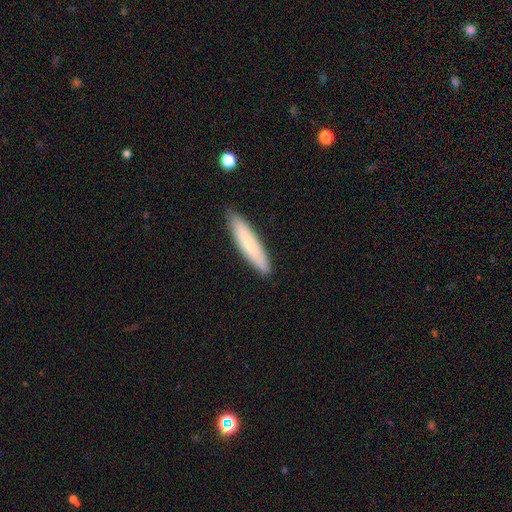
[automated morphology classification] Smooth or featured? Predicted: smooth (p=0.73). How rounded? Predicted: cigar-shaped (p=0.84). Merging? Predicted: none (p=0.88).